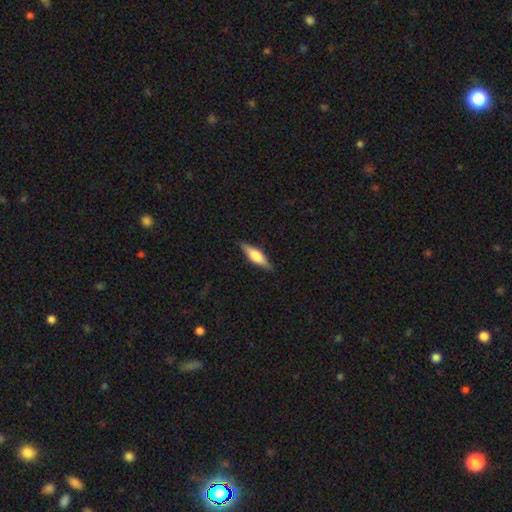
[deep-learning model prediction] Q: Smooth or featured?
A: featured or disk (54%); runner-up: smooth (40%)
Q: Edge-on disk?
A: yes (95%); runner-up: no (5%)
Q: Edge-on bulge?
A: rounded (84%); runner-up: boxy (13%)
Q: Merging?
A: none (88%); runner-up: minor disturbance (9%)